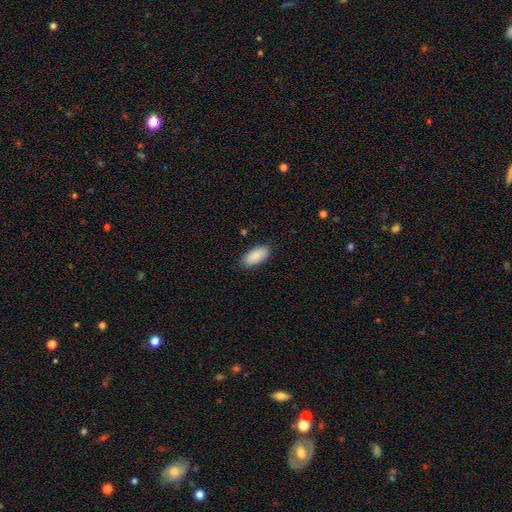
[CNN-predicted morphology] This is clearly a smooth galaxy (90%). How rounded: clearly in between (92%). Merging: clearly none (87%).